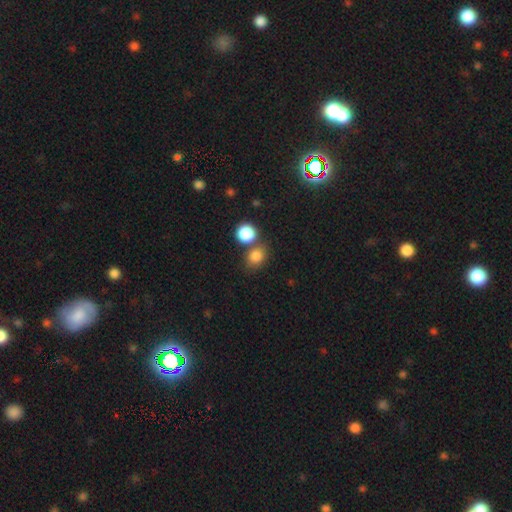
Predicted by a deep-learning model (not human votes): A smooth galaxy with no disk features (83%) that is round (62%).

Vote fractions:
- Smooth or featured? smooth: 83% / star or artifact: 11% / featured or disk: 6%
- How rounded? round: 62% / in between: 37% / cigar-shaped: 1%
- Merging? none: 58% / merger: 28% / minor disturbance: 11% / major disturbance: 4%